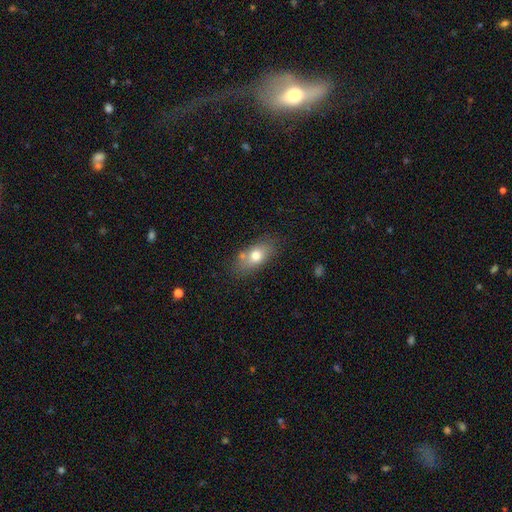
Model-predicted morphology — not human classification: A smooth galaxy with no disk features (73%) that is in between round and cigar-shaped (81%). Merging: none (68%).